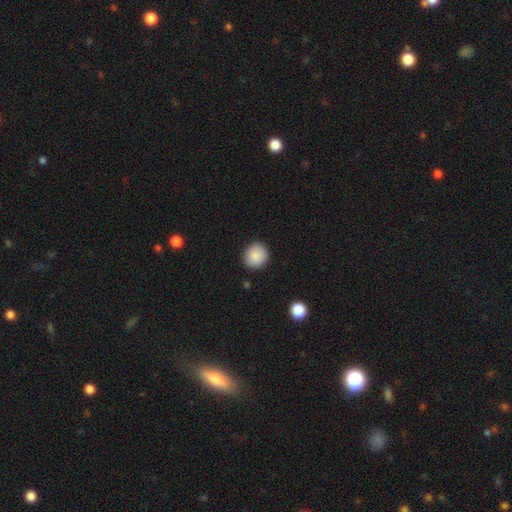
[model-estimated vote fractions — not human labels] Smooth or featured? Predicted: smooth (p=0.89). How rounded? Predicted: round (p=0.90). Merging? Predicted: none (p=0.90).